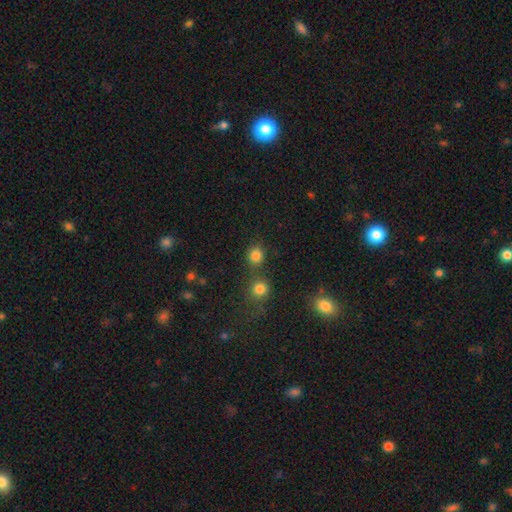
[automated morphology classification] Smooth or featured?
  - smooth: 81% *
  - star or artifact: 14%
  - featured or disk: 5%
How rounded?
  - round: 79% *
  - in between: 20%
  - cigar-shaped: 1%
Merging?
  - none: 67% *
  - merger: 20%
  - minor disturbance: 9%
  - major disturbance: 4%